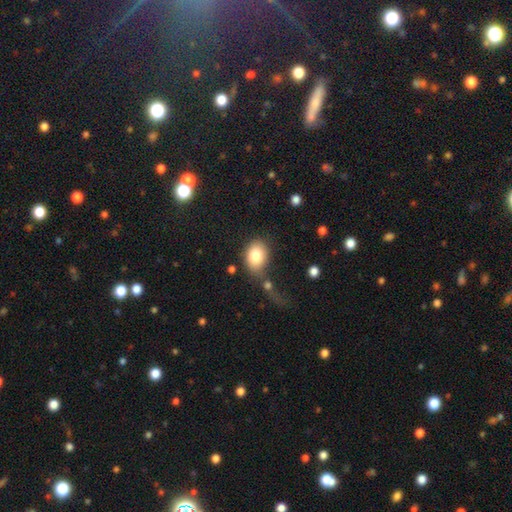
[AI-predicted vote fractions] Q: Smooth or featured?
A: smooth (81%); runner-up: featured or disk (11%)
Q: How rounded?
A: in between (68%); runner-up: round (31%)
Q: Merging?
A: none (60%); runner-up: minor disturbance (17%)